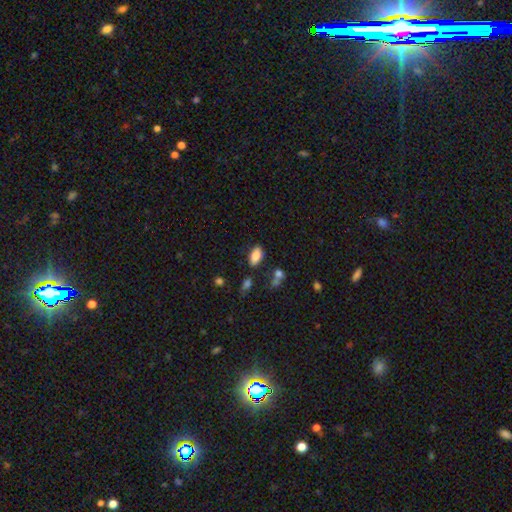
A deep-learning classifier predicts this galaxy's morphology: A smooth galaxy with no disk features (83%) that is in between round and cigar-shaped (92%).

Vote fractions:
- Smooth or featured? smooth: 83% / featured or disk: 9% / star or artifact: 8%
- How rounded? in between: 92% / cigar-shaped: 5% / round: 4%
- Merging? none: 78% / minor disturbance: 14% / merger: 4% / major disturbance: 4%